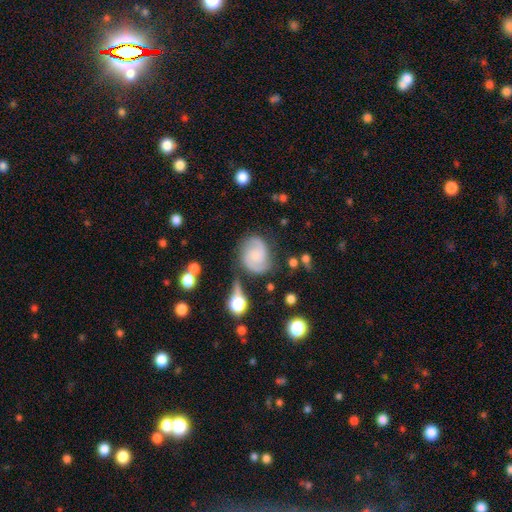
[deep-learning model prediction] Smooth or featured? featured or disk (77%)
Edge-on disk? no (98%)
Bar? no (61%)
Spiral arms? yes (96%)
Spiral winding? medium (50%)
Spiral arm count? 2 (89%)
Bulge size? small (43%)
Merging? none (69%)